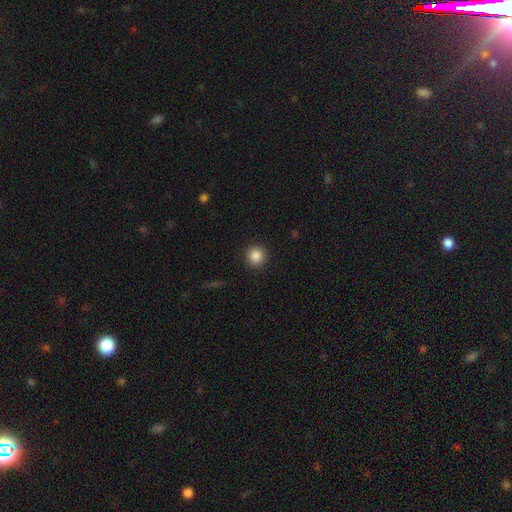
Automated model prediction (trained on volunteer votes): Smooth or featured?
  - smooth: 87% *
  - star or artifact: 10%
  - featured or disk: 3%
How rounded?
  - round: 94% *
  - in between: 5%
  - cigar-shaped: 1%
Merging?
  - none: 92% *
  - minor disturbance: 5%
  - major disturbance: 2%
  - merger: 1%